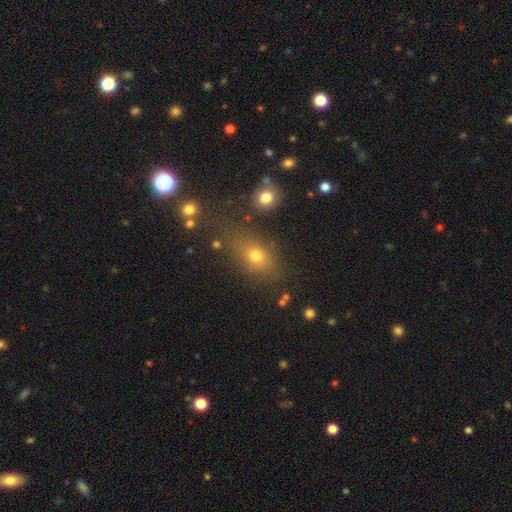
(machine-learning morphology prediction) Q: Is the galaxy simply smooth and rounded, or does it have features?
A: smooth — 69%.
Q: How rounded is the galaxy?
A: in between — 66%.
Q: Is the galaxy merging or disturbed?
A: none — 67%.